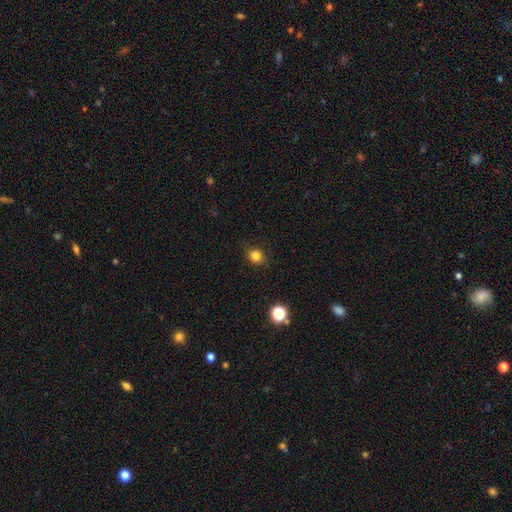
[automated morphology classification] Smooth or featured? Predicted: smooth (p=0.83). How rounded? Predicted: round (p=0.80). Merging? Predicted: none (p=0.88).